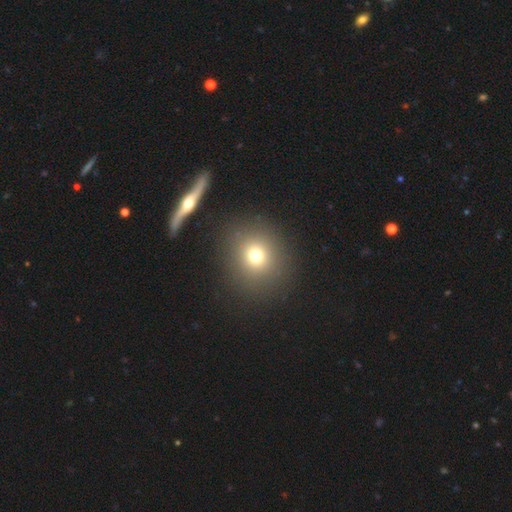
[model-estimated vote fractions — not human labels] Smooth or featured?
  - smooth: 72% *
  - star or artifact: 18%
  - featured or disk: 10%
How rounded?
  - round: 86% *
  - in between: 13%
  - cigar-shaped: 1%
Merging?
  - none: 87% *
  - minor disturbance: 7%
  - major disturbance: 4%
  - merger: 3%